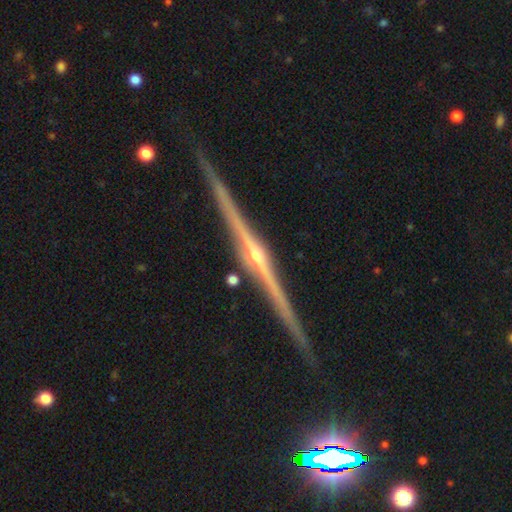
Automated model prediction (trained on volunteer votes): This is clearly a featured or disk galaxy (88%). It is clearly viewed edge-on (99%). Edge-on bulge: clearly rounded (81%). Merging: clearly none (91%).